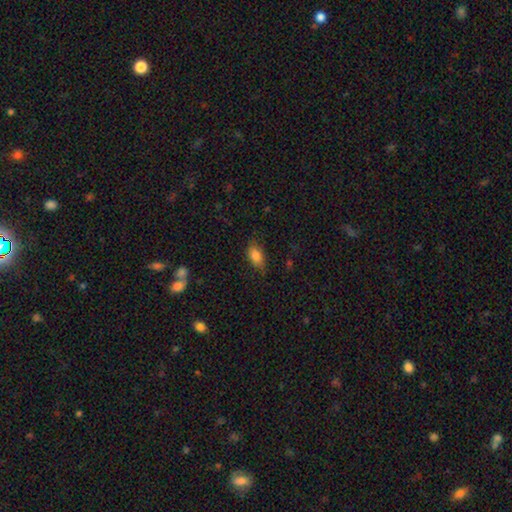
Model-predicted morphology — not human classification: A smooth galaxy with no disk features (84%) that is in between round and cigar-shaped (88%).

Vote fractions:
- Smooth or featured? smooth: 84% / star or artifact: 9% / featured or disk: 7%
- How rounded? in between: 88% / round: 8% / cigar-shaped: 4%
- Merging? none: 70% / minor disturbance: 23% / major disturbance: 6% / merger: 1%